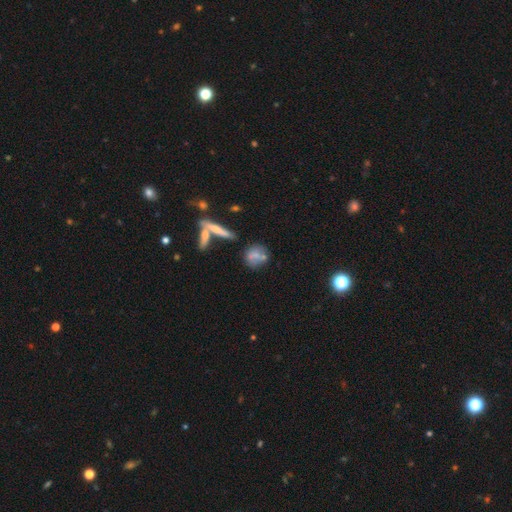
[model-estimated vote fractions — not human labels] Overall: smooth (64%; featured or disk 25%). How rounded: round (49%; in between 42%). Merging: none (53%; merger 20%).